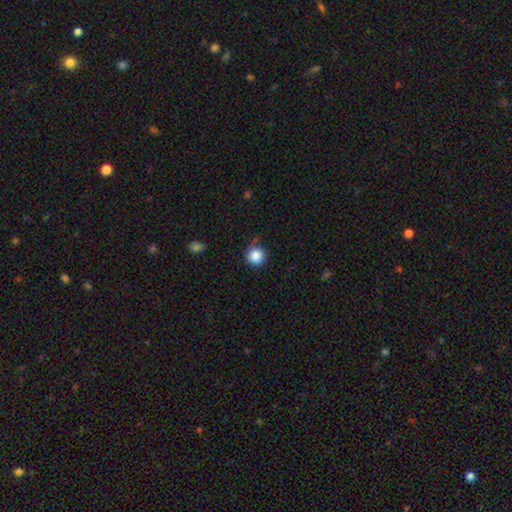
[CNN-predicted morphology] Smooth or featured? Predicted: smooth (p=0.86). How rounded? Predicted: round (p=0.94). Merging? Predicted: none (p=0.78).